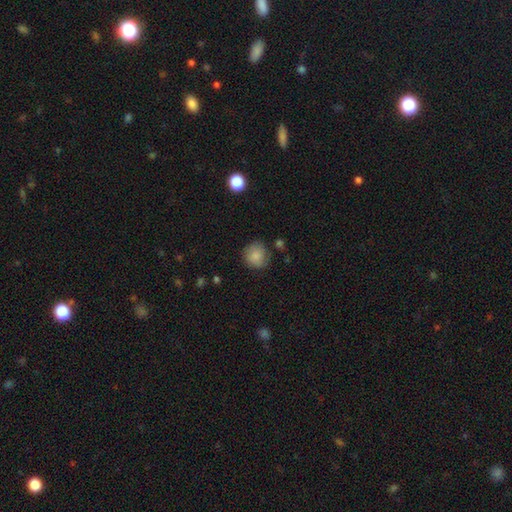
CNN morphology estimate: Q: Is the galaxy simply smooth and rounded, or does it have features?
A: smooth — 84%.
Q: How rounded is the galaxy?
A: round — 87%.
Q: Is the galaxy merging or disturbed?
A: none — 74%.